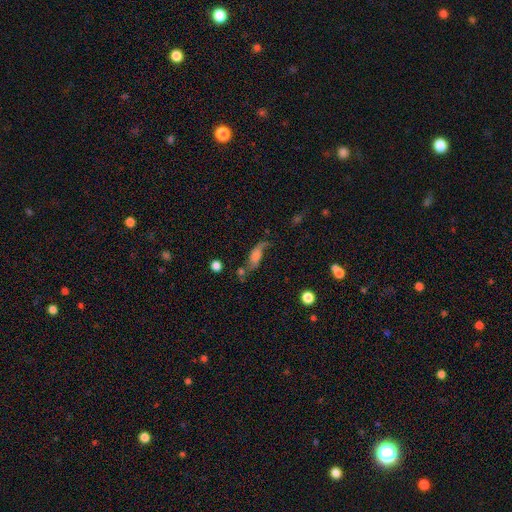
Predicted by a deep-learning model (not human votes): featured or disk 45%, smooth 44%, star or artifact 11%. Down the decision tree: merging — none (41%).